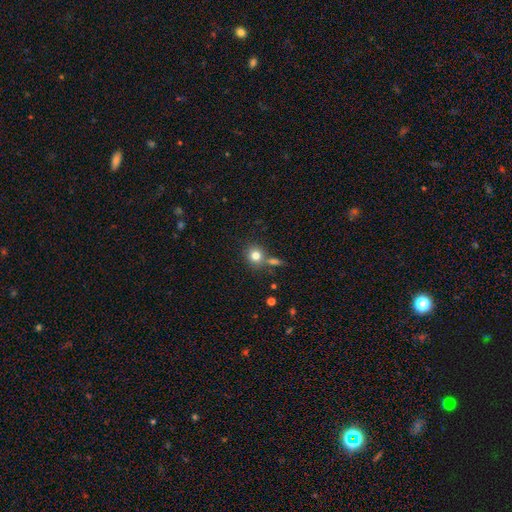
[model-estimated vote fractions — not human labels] The model was most divided on "merging": none: 66%, merger: 19%, minor disturbance: 11%, major disturbance: 4%. More confident: how rounded — round (84%); smooth or featured — smooth (80%).